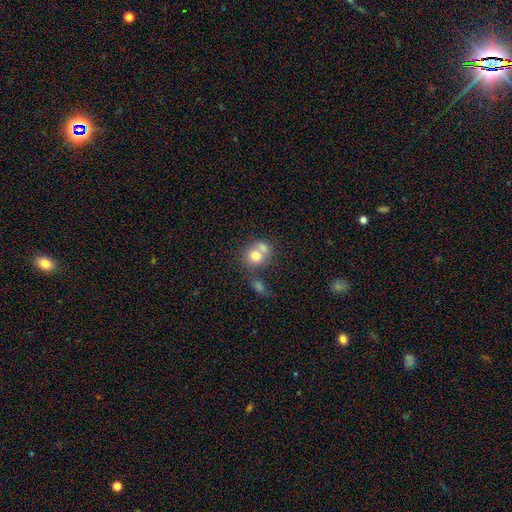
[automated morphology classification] Smooth or featured: smooth — 71% (featured or disk — 20%)
How rounded: round — 72% (in between — 27%)
Merging: merger — 53% (none — 32%)